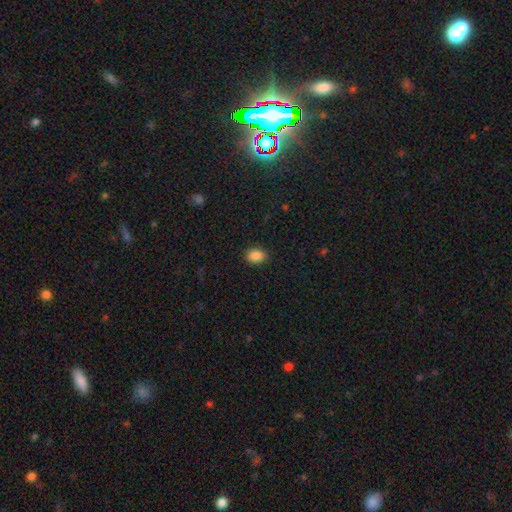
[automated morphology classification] smooth-or-featured: smooth: 87% | star or artifact: 9% | featured or disk: 3%
  how-rounded: in between: 76% | round: 23% | cigar-shaped: 1%
  merging: none: 89% | minor disturbance: 8% | major disturbance: 2% | merger: 1%